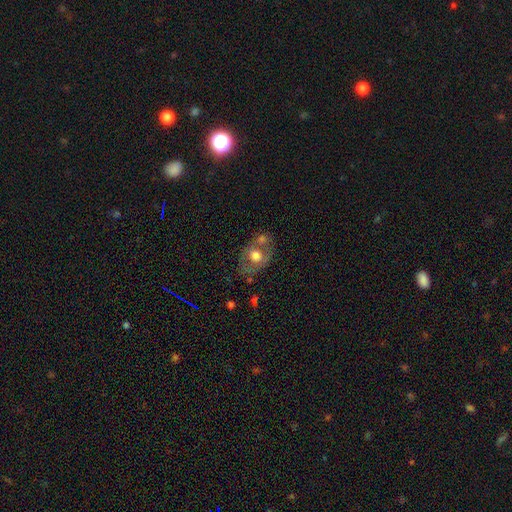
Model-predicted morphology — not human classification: This appears to be a smooth galaxy with no disk features (53%) that is in between round and cigar-shaped (62%). Merging: none (49%).